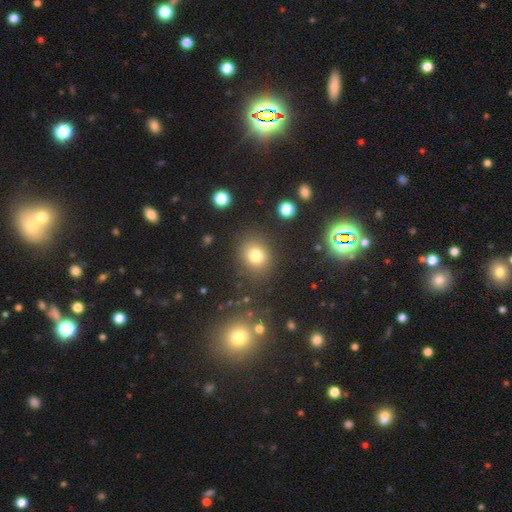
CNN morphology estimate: The model was most divided on "how rounded": round: 72%, in between: 27%, cigar-shaped: 1%. More confident: merging — none (83%); smooth or featured — smooth (78%).